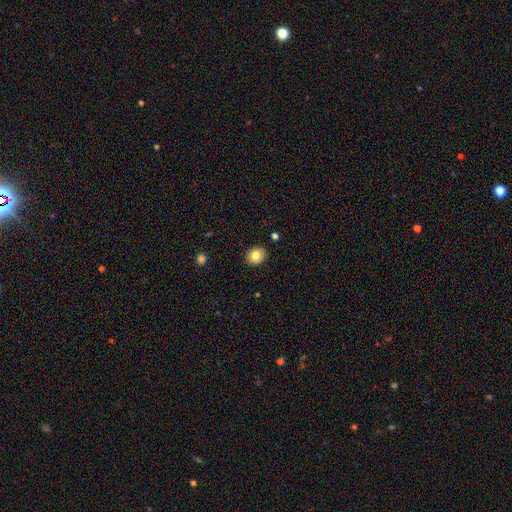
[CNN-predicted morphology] Overall: smooth (83%). How rounded: round (68%; in between 32%). Merging: none (89%).